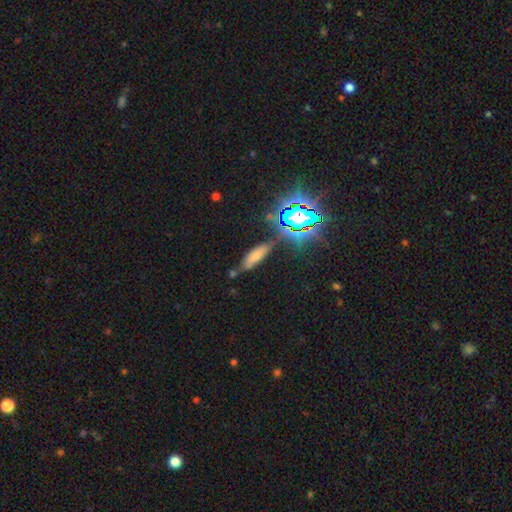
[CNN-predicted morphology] Smooth or featured? smooth (60%)
How rounded? cigar-shaped (50%)
Merging? none (68%)